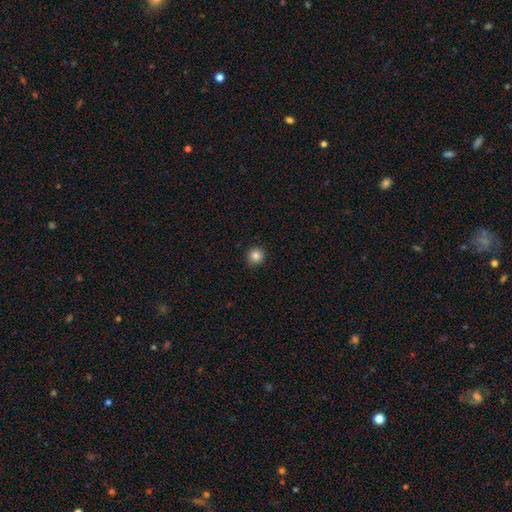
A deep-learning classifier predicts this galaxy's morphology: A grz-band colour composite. It shows a smooth galaxy with no disk features (85%) that is round (94%). Merging: none (91%).